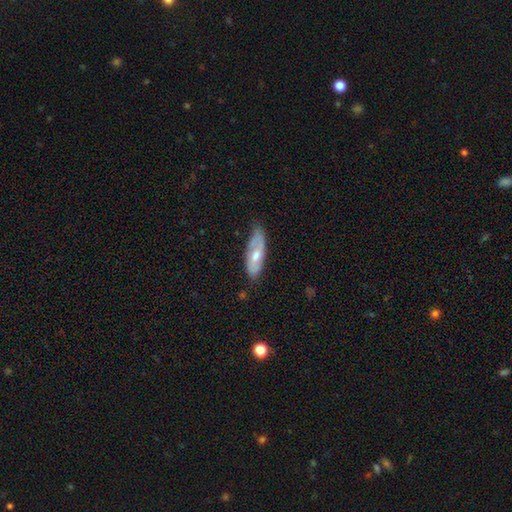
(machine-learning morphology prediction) This appears to be a featured or disk galaxy (48%). Merging: none (70%).